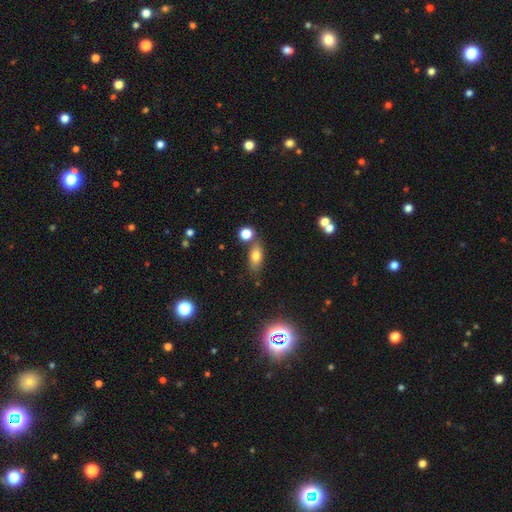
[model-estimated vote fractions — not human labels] smooth-or-featured: smooth: 74% | featured or disk: 15% | star or artifact: 11%
  how-rounded: in between: 78% | cigar-shaped: 14% | round: 8%
  merging: none: 68% | merger: 14% | minor disturbance: 13% | major disturbance: 4%